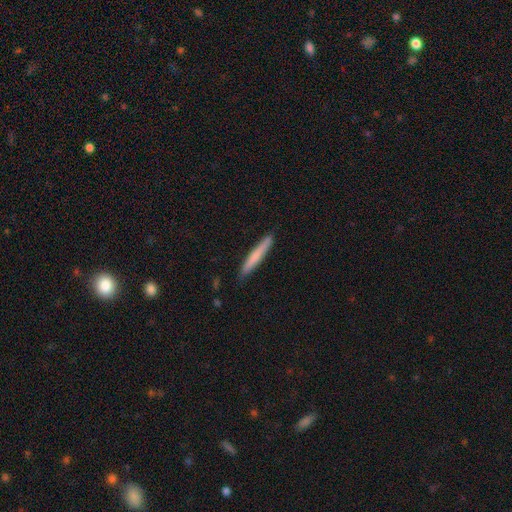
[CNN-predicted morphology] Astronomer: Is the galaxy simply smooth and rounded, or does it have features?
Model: smooth — 71%.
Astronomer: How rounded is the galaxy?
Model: cigar-shaped — 96%.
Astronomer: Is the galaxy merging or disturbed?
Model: none — 90%.